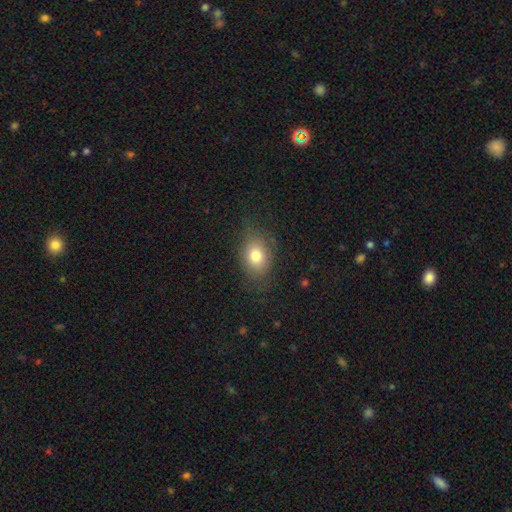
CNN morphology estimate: A smooth galaxy with no disk features (77%) that is in between round and cigar-shaped (70%). Merging: none (76%).